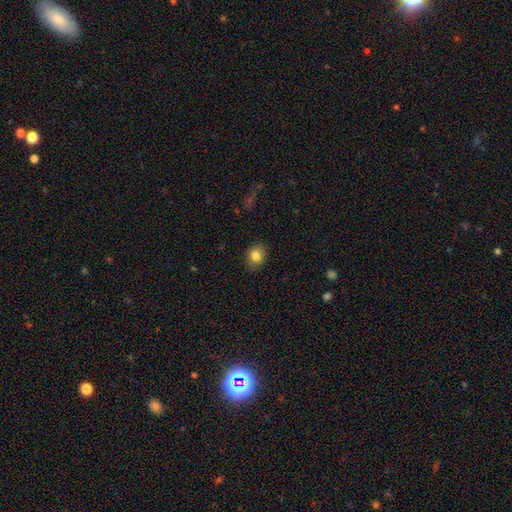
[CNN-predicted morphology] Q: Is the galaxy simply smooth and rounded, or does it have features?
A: smooth — 83%.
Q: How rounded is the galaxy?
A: in between — 50%.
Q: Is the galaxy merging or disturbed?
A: none — 86%.